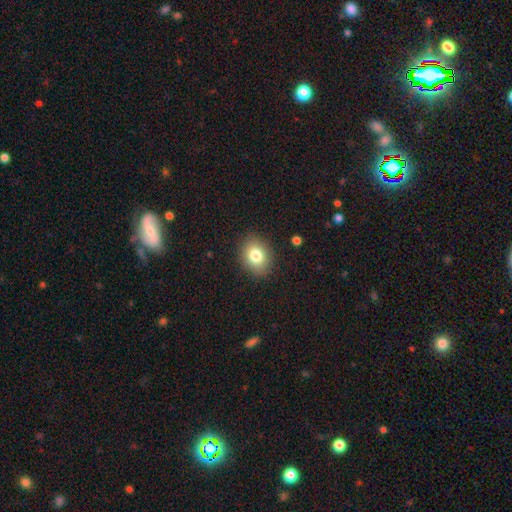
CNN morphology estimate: smooth_or_featured: smooth (p=0.80) [alt: star or artifact p=0.10]
how_rounded: in between (p=0.52) [alt: round p=0.47]
merging: none (p=0.88) [alt: minor disturbance p=0.08]